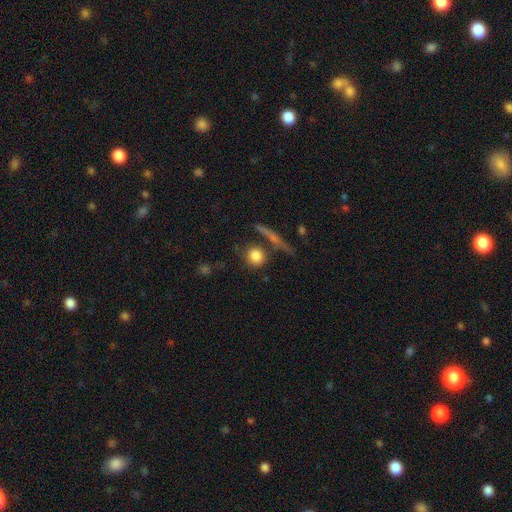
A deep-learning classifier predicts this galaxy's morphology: Smooth or featured?
  - smooth: 80% *
  - featured or disk: 11%
  - star or artifact: 9%
How rounded?
  - round: 86% *
  - in between: 10%
  - cigar-shaped: 4%
Merging?
  - none: 70% *
  - merger: 13%
  - minor disturbance: 12%
  - major disturbance: 5%